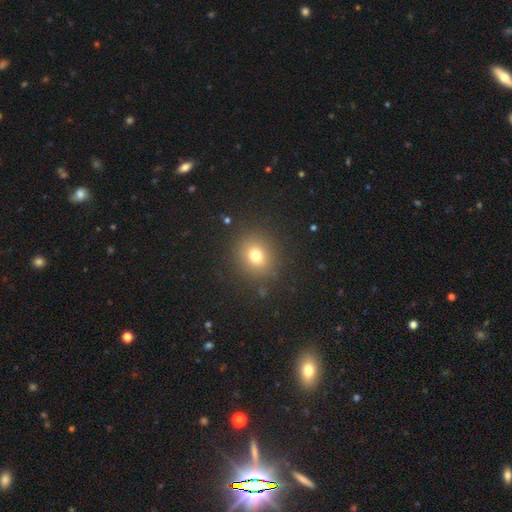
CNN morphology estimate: Smooth or featured?
  - smooth: 74% *
  - star or artifact: 16%
  - featured or disk: 10%
How rounded?
  - round: 79% *
  - in between: 20%
  - cigar-shaped: 1%
Merging?
  - none: 87% *
  - minor disturbance: 8%
  - major disturbance: 4%
  - merger: 1%